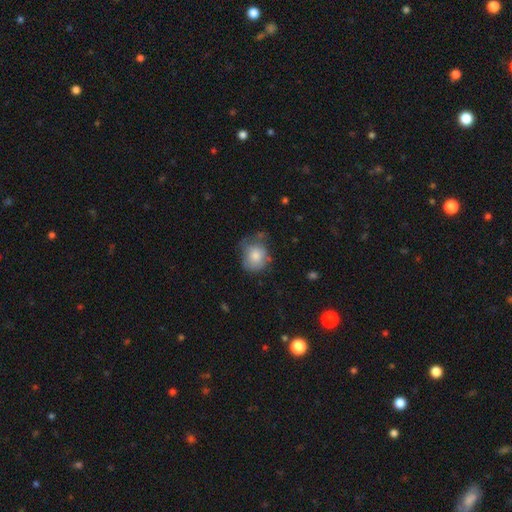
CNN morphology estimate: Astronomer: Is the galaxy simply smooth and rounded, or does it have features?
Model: smooth — 76%.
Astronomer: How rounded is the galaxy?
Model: round — 68%.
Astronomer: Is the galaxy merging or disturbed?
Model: none — 47% (runner-up: minor disturbance, 35%).